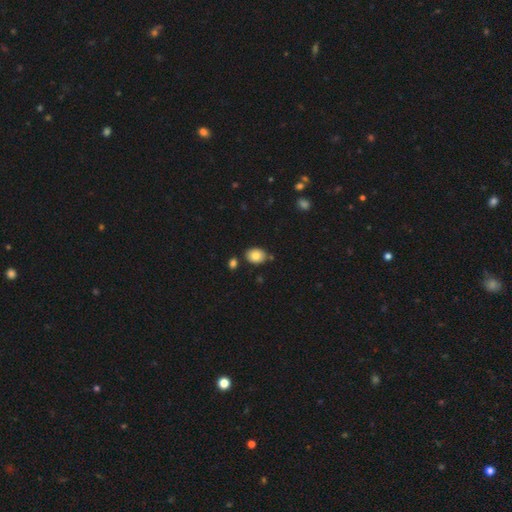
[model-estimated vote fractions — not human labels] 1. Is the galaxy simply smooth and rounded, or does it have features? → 82% smooth, 10% featured or disk, 9% star or artifact.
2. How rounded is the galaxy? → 57% in between, 42% round, 1% cigar-shaped.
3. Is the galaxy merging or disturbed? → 80% none, 11% minor disturbance, 7% merger, 2% major disturbance.